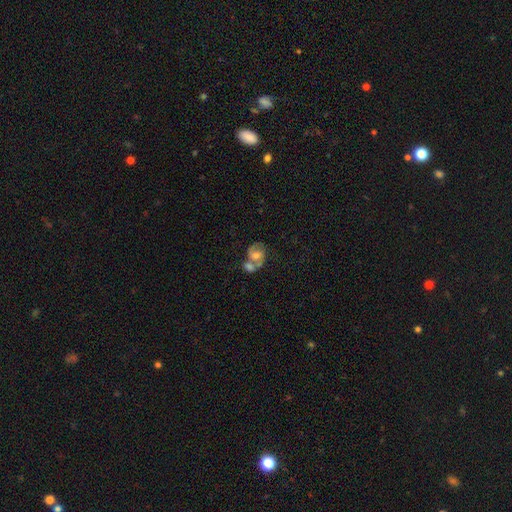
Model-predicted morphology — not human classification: smooth-or-featured: featured or disk: 56% | smooth: 36% | star or artifact: 8%
  disk-edge-on: no: 97% | yes: 3%
    bar: no: 57% | weak: 33% | strong: 10%
    has-spiral-arms: yes: 73% | no: 27%
    bulge-size: moderate: 64% | small: 20% | large: 11% | none: 4% | dominant: 2%
  merging: merger: 54% | none: 28% | minor disturbance: 11% | major disturbance: 7%